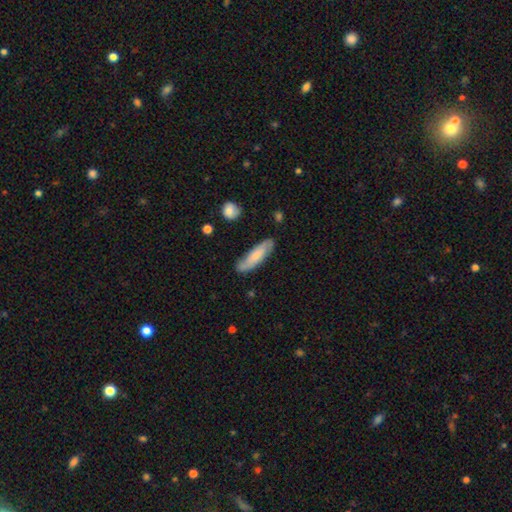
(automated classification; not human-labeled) Morphology: type=smooth (61%); roundness=cigar-shaped (61%); merging=none (81%).